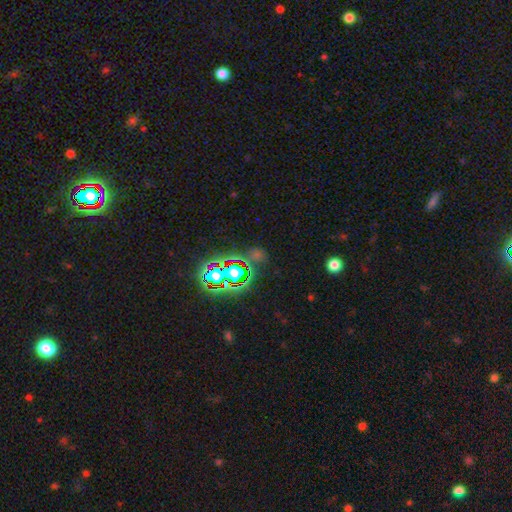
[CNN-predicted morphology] This appears to be a star or artifact, not a galaxy (71%).